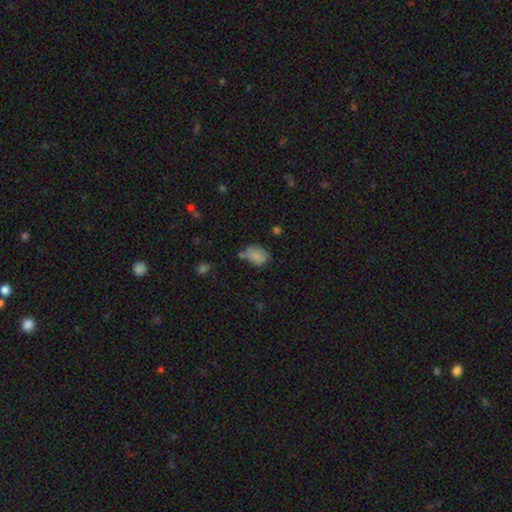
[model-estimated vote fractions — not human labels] The model was most divided on "merging": none: 50%, minor disturbance: 28%, merger: 13%, major disturbance: 9%. More confident: smooth or featured — smooth (81%); how rounded — in between (74%).